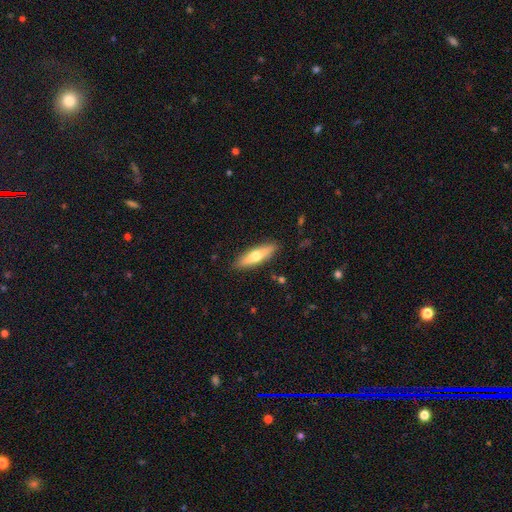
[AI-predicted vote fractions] A smooth galaxy with no disk features (55%) that is cigar-shaped (64%).

Vote fractions:
- Smooth or featured? smooth: 55% / featured or disk: 39% / star or artifact: 6%
- How rounded? cigar-shaped: 64% / in between: 34% / round: 2%
- Merging? none: 88% / minor disturbance: 9% / major disturbance: 2% / merger: 1%